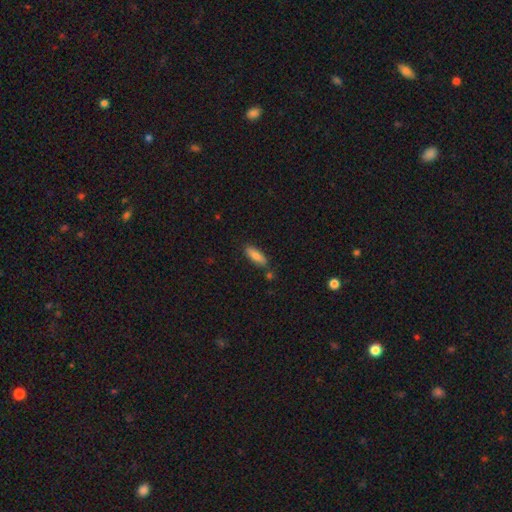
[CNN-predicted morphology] smooth-or-featured: smooth: 79% | featured or disk: 14% | star or artifact: 7%
  how-rounded: in between: 55% | cigar-shaped: 43% | round: 2%
  merging: none: 81% | minor disturbance: 12% | merger: 5% | major disturbance: 2%